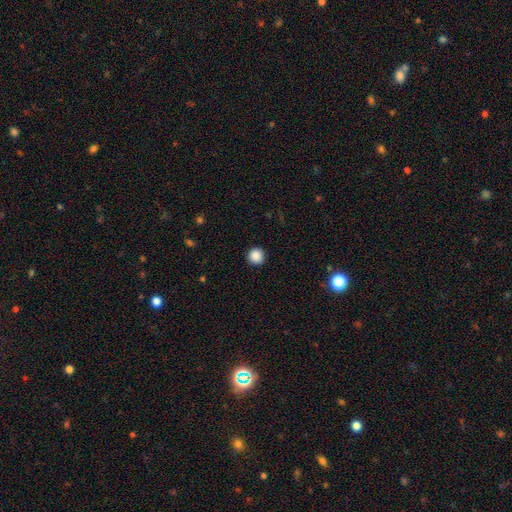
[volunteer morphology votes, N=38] smooth_or_featured: smooth (p=1.00)
how_rounded: round (p=1.00)
merging: none (p=0.95) [alt: minor disturbance p=0.03]